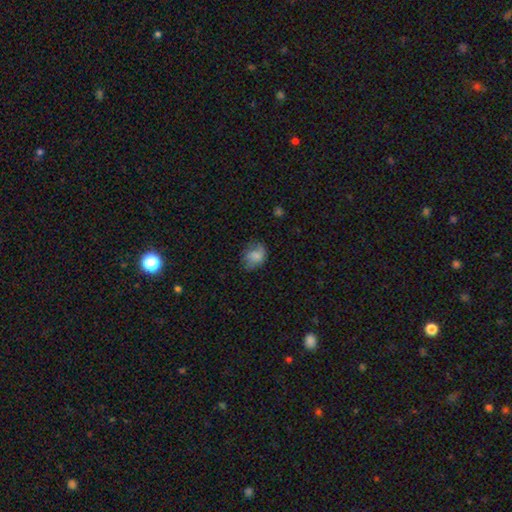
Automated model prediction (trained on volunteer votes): This is likely a smooth galaxy (73%). How rounded: possibly in between (54%). Merging: possibly none (57%).